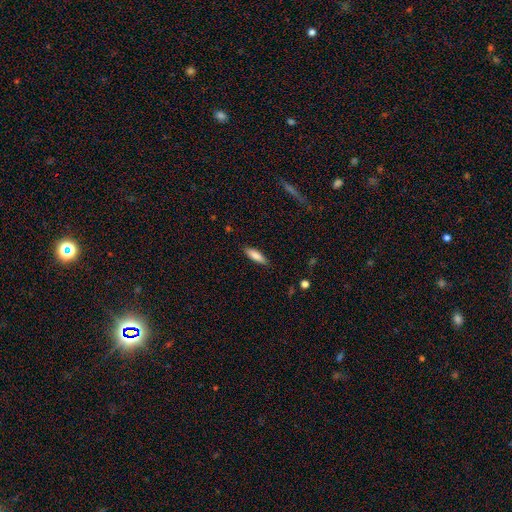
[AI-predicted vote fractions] Morphology: type=smooth (82%); roundness=cigar-shaped (54%); merging=none (87%).